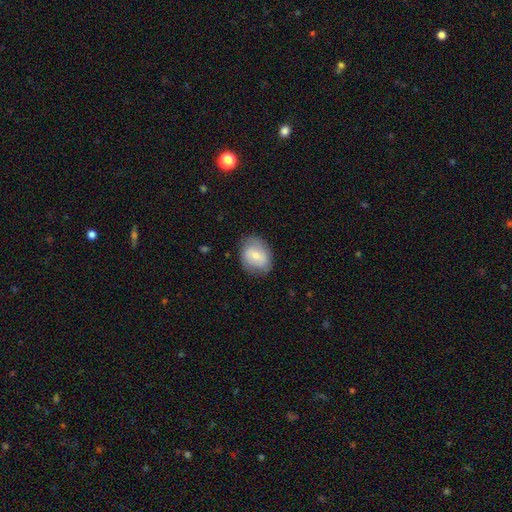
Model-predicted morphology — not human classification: smooth 64%, featured or disk 29%, star or artifact 7%. Down the decision tree: how rounded — in between (59%); merging — none (77%).